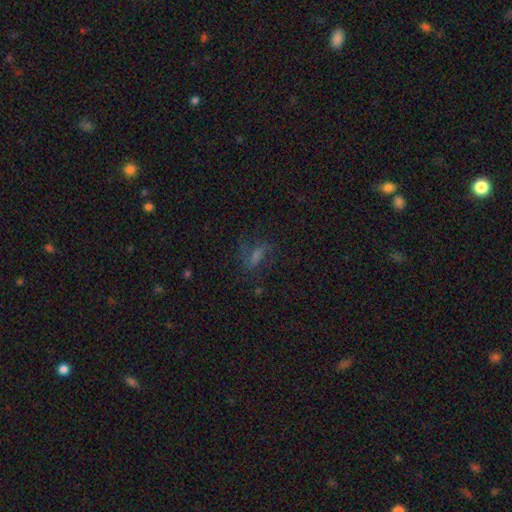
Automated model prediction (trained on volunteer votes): The model was most divided on "smooth or featured": smooth: 38%, featured or disk: 36%, star or artifact: 26%. More confident: merging — none (59%).